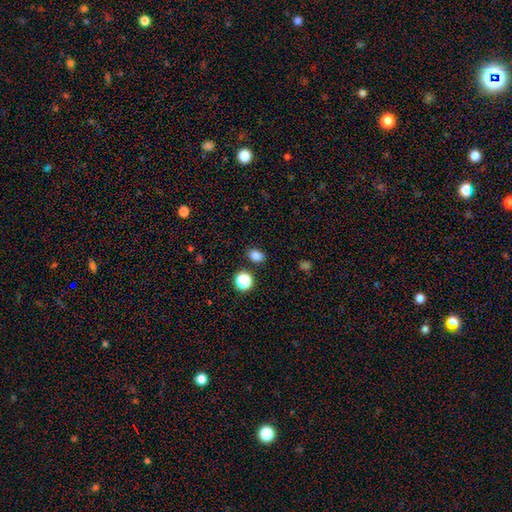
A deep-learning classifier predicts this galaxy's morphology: smooth 82%, star or artifact 13%, featured or disk 5%. Down the decision tree: how rounded — in between (69%); merging — none (85%).